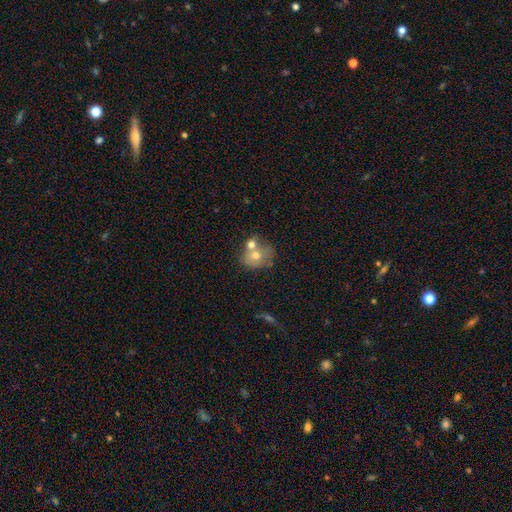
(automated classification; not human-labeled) A smooth galaxy with no disk features (65%) that is round (58%). Merging: merger (50%).